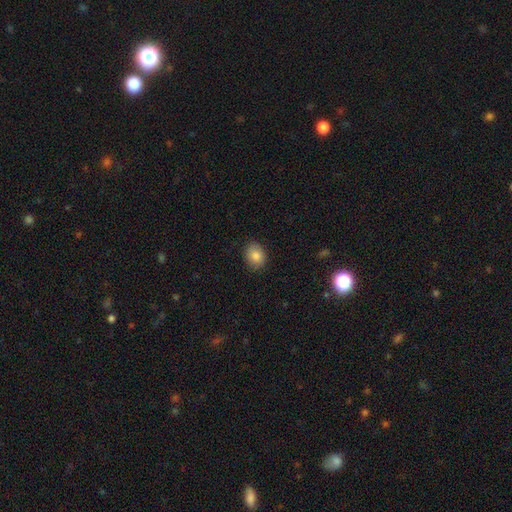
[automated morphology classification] Smooth or featured? Predicted: smooth (p=0.84). How rounded? Predicted: in between (p=0.50). Merging? Predicted: none (p=0.87).